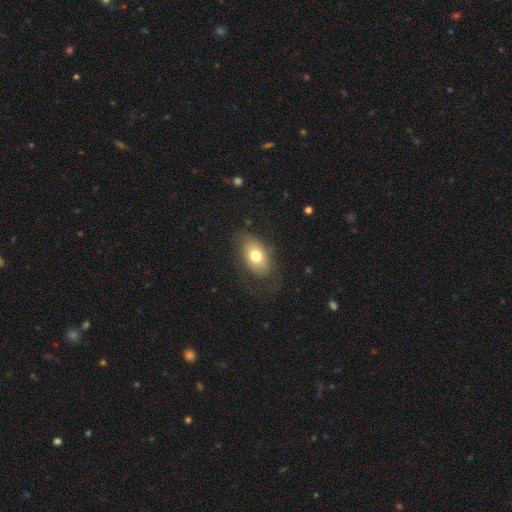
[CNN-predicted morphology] The model was most divided on "merging": none: 70%, minor disturbance: 19%, major disturbance: 10%, merger: 1%. More confident: how rounded — in between (87%); smooth or featured — smooth (72%).